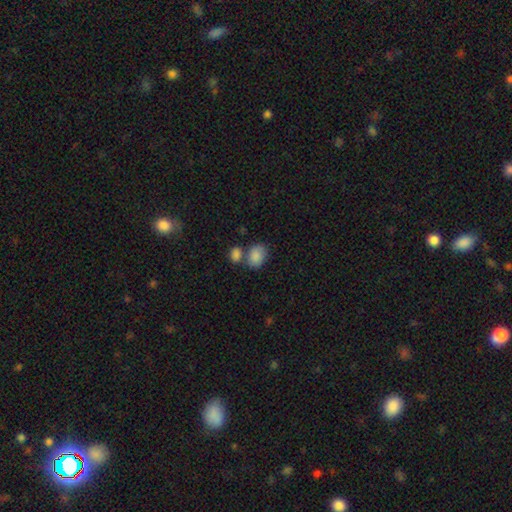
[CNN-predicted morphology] A smooth galaxy with no disk features (86%) that is in between round and cigar-shaped (74%).

Vote fractions:
- Smooth or featured? smooth: 86% / star or artifact: 7% / featured or disk: 7%
- How rounded? in between: 74% / round: 25% / cigar-shaped: 1%
- Merging? none: 44% / merger: 37% / minor disturbance: 14% / major disturbance: 5%